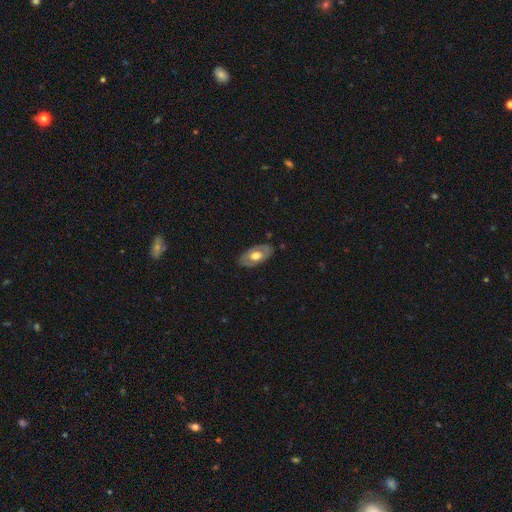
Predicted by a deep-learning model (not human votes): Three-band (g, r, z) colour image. It shows a featured or disk galaxy (51%). Merging: none (81%).